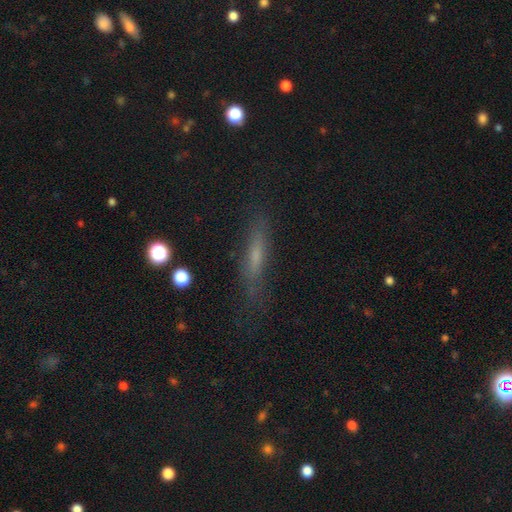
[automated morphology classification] A smooth galaxy with no disk features (53%) that is cigar-shaped (81%).

Vote fractions:
- Smooth or featured? smooth: 53% / featured or disk: 34% / star or artifact: 13%
- How rounded? cigar-shaped: 81% / in between: 17% / round: 3%
- Merging? none: 74% / minor disturbance: 17% / major disturbance: 7% / merger: 2%